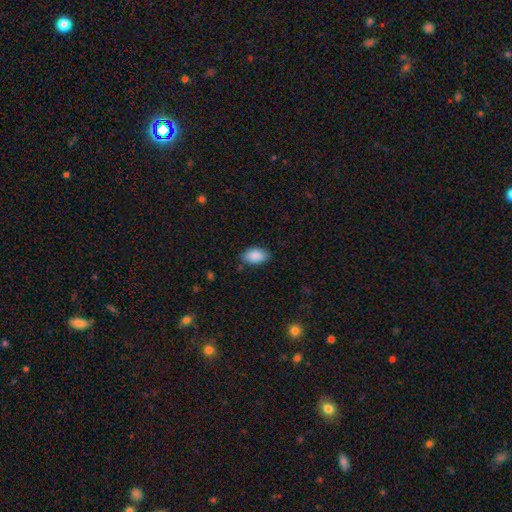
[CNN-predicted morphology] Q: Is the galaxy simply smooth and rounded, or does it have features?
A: smooth — 89%.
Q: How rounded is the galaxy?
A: in between — 92%.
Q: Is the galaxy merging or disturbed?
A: none — 81%.